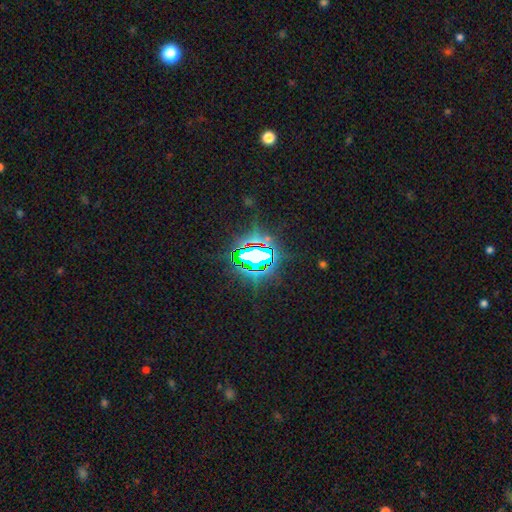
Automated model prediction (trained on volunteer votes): star or artifact 79%, smooth 11%, featured or disk 10%.